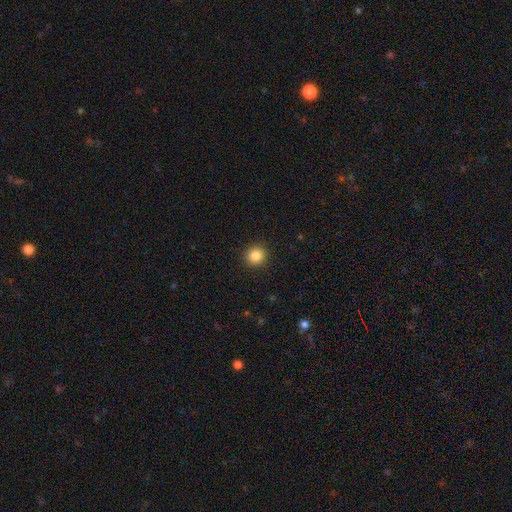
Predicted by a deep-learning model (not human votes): Overall: smooth (86%). How rounded: round (91%). Merging: none (92%).